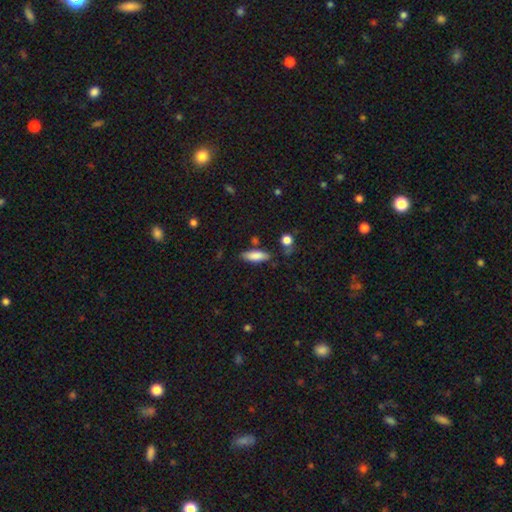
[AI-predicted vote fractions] Morphology: type=smooth (84%); roundness=in between (67%); merging=none (76%).